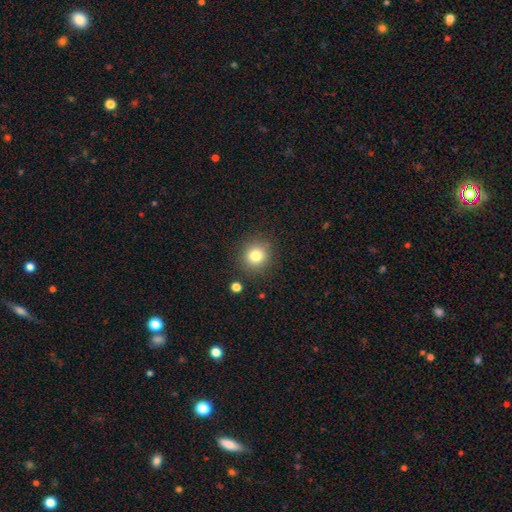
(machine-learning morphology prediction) smooth-or-featured: smooth: 81% | star or artifact: 12% | featured or disk: 7%
  how-rounded: round: 90% | in between: 9% | cigar-shaped: 1%
  merging: none: 87% | minor disturbance: 8% | major disturbance: 3% | merger: 2%